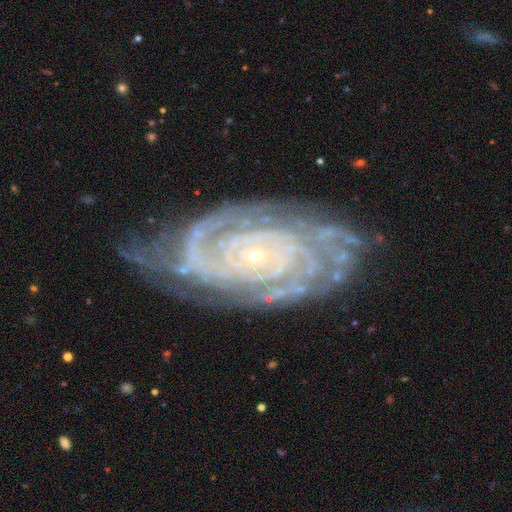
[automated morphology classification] featured or disk 90%, star or artifact 6%, smooth 4%. Down the decision tree: edge-on disk — no (96%); bar — no (73%); spiral arms — yes (98%); spiral arm count — 2 (26%); spiral winding — tight (81%); bulge size — small (85%); merging — none (70%).